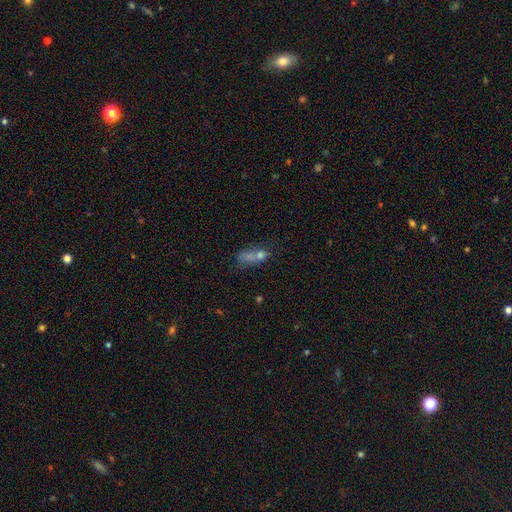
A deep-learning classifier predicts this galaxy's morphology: smooth 62%, featured or disk 20%, star or artifact 18%. Down the decision tree: how rounded — in between (65%); merging — merger (41%).